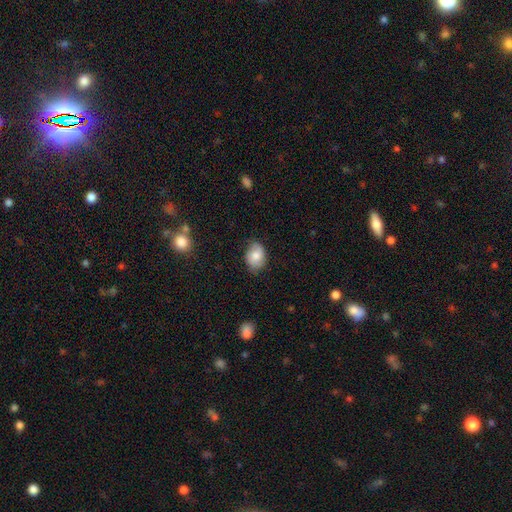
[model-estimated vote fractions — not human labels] A smooth galaxy with no disk features (74%) that is in between round and cigar-shaped (71%).

Vote fractions:
- Smooth or featured? smooth: 74% / featured or disk: 19% / star or artifact: 8%
- How rounded? in between: 71% / round: 28% / cigar-shaped: 1%
- Merging? none: 72% / minor disturbance: 22% / major disturbance: 4% / merger: 1%